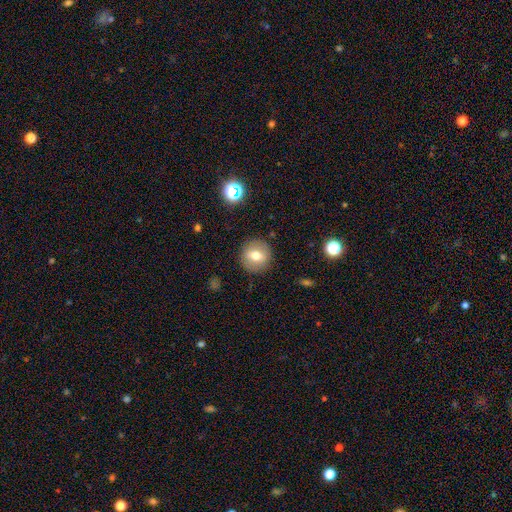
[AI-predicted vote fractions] Q: Smooth or featured?
A: smooth (66%); runner-up: featured or disk (23%)
Q: How rounded?
A: round (90%); runner-up: in between (9%)
Q: Merging?
A: none (88%); runner-up: minor disturbance (8%)